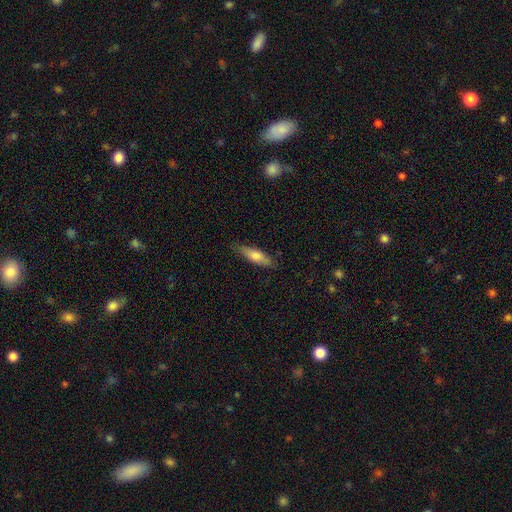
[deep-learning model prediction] Morphology: type=smooth (66%); roundness=cigar-shaped (65%); merging=none (81%).